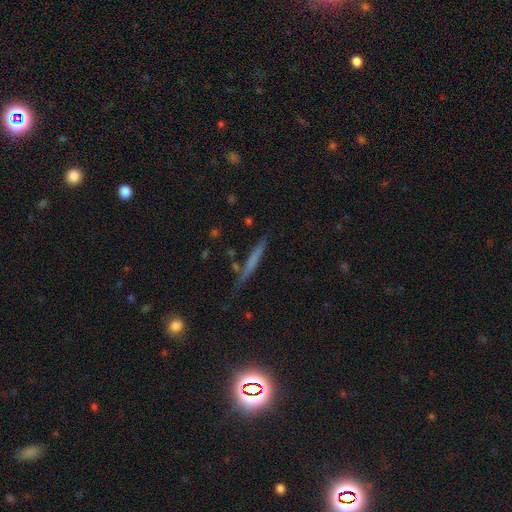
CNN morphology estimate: smooth 50%, featured or disk 41%, star or artifact 10%. Down the decision tree: merging — none (79%).